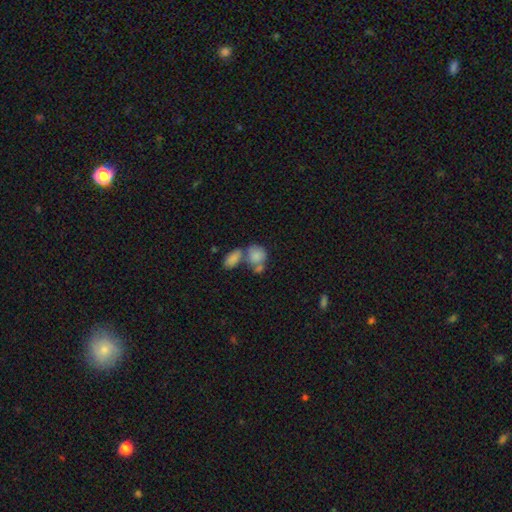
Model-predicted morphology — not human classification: type=smooth (81%); roundness=round (51%); merging=merger (52%).